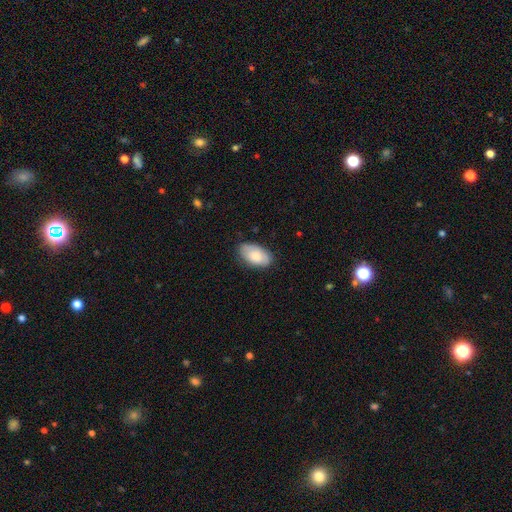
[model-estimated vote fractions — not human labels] smooth-or-featured: smooth: 79% | featured or disk: 15% | star or artifact: 6%
  how-rounded: in between: 95% | round: 4% | cigar-shaped: 1%
  merging: none: 79% | minor disturbance: 17% | major disturbance: 3% | merger: 1%